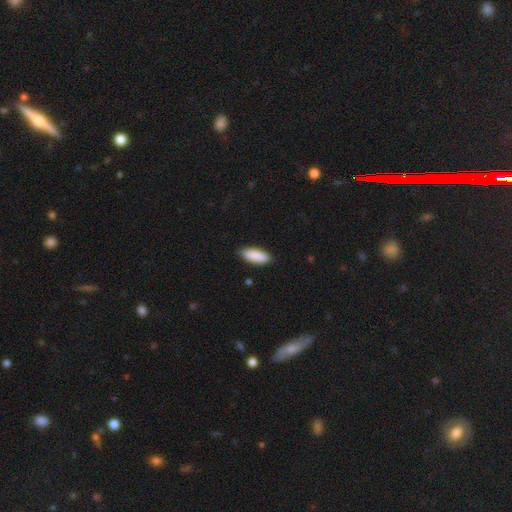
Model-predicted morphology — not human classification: Q: Smooth or featured?
A: smooth (89%); runner-up: star or artifact (6%)
Q: How rounded?
A: in between (72%); runner-up: cigar-shaped (26%)
Q: Merging?
A: none (86%); runner-up: minor disturbance (11%)